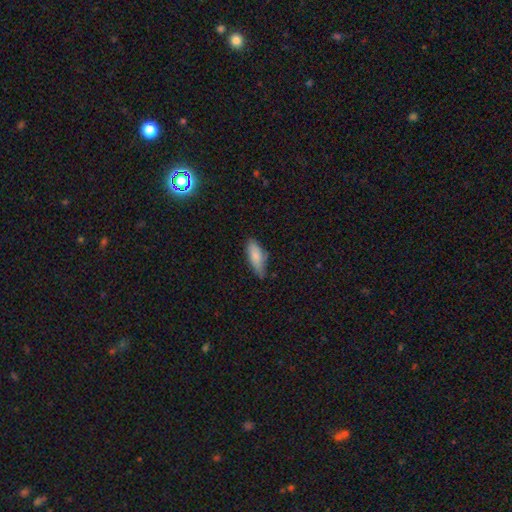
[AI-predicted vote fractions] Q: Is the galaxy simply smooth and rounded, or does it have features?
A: smooth — 82%.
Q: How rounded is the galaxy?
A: in between — 70%.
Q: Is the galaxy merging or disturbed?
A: none — 62%.